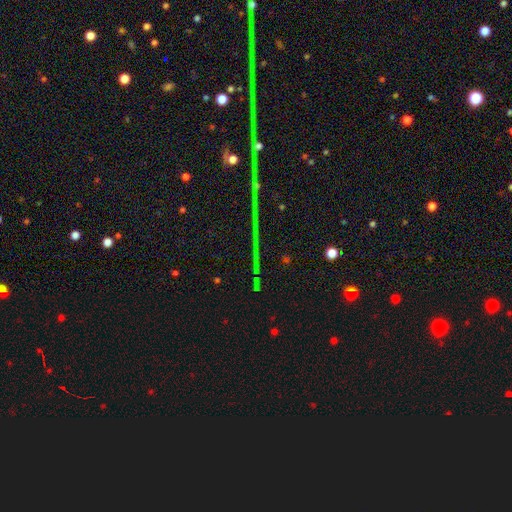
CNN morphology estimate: The model was most divided on "smooth or featured": star or artifact: 86%, smooth: 7%, featured or disk: 7%.